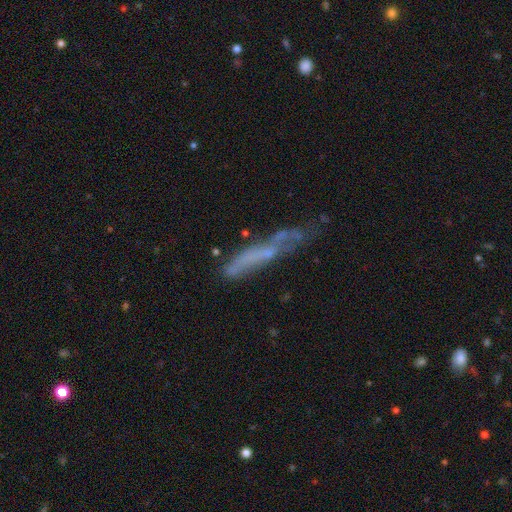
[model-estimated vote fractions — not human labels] Smooth or featured: featured or disk — 47% (smooth — 41%)
Merging: none — 44% (minor disturbance — 27%)